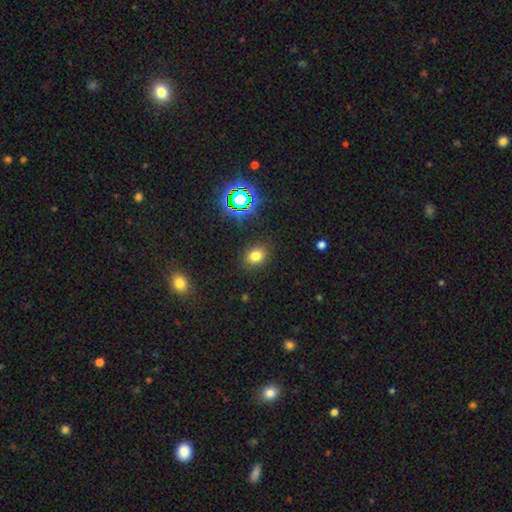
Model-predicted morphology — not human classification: Q: Smooth or featured?
A: smooth (75%); runner-up: star or artifact (18%)
Q: How rounded?
A: in between (58%); runner-up: round (41%)
Q: Merging?
A: none (87%); runner-up: minor disturbance (9%)